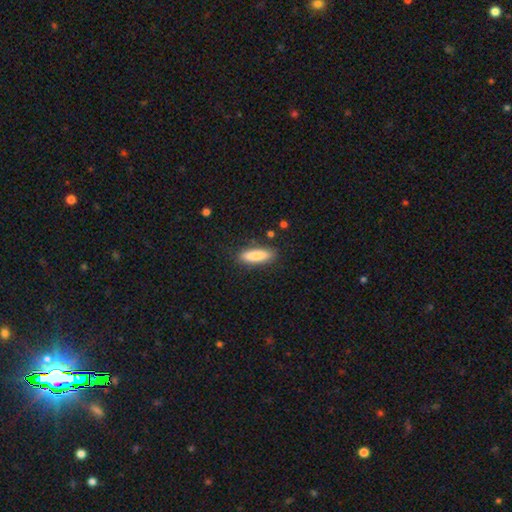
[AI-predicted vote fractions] smooth 84%, featured or disk 10%, star or artifact 6%. Down the decision tree: how rounded — cigar-shaped (58%); merging — none (85%).